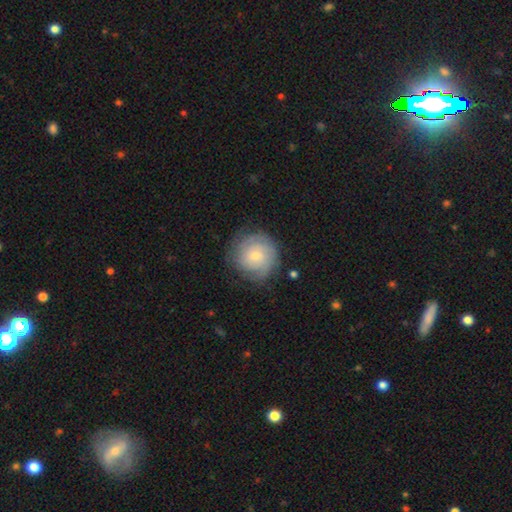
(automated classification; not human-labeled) A featured or disk galaxy (60%) with no bar (76%), tight (76%) spiral arms (89%) and a small central bulge (67%). Merging: none (79%).